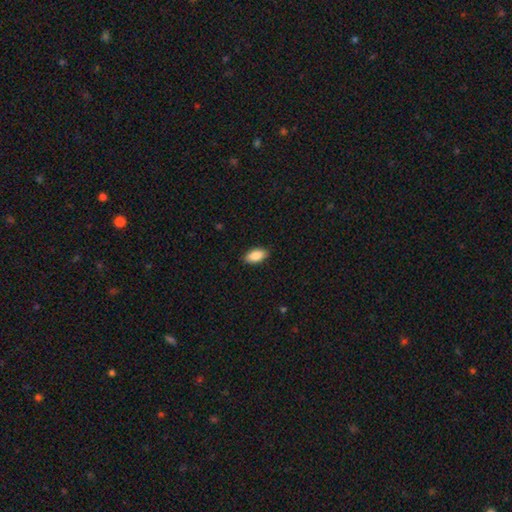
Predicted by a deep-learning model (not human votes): A smooth galaxy with no disk features (89%) that is in between round and cigar-shaped (93%). Merging: none (89%).